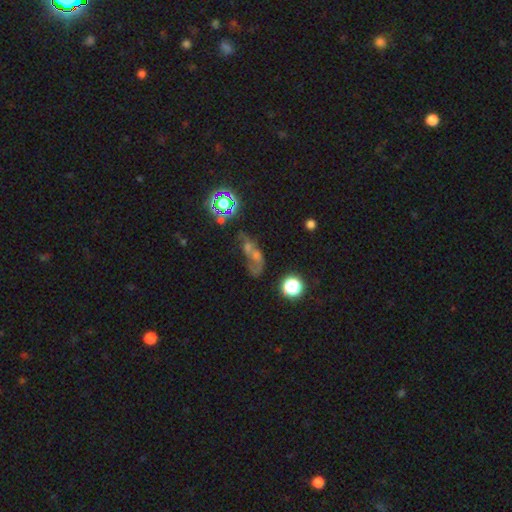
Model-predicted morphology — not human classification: A smooth galaxy with no disk features (37%).

Vote fractions:
- Smooth or featured? smooth: 37% / featured or disk: 32% / star or artifact: 31%
- Merging? merger: 40% / none: 24% / major disturbance: 23% / minor disturbance: 12%